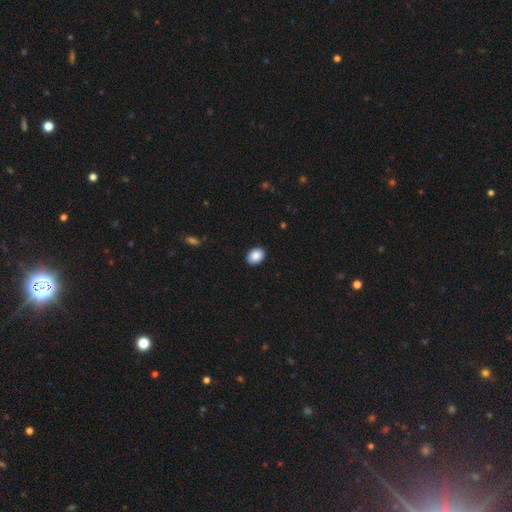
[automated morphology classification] A smooth galaxy with no disk features (89%) that is in between round and cigar-shaped (71%). Merging: none (91%).